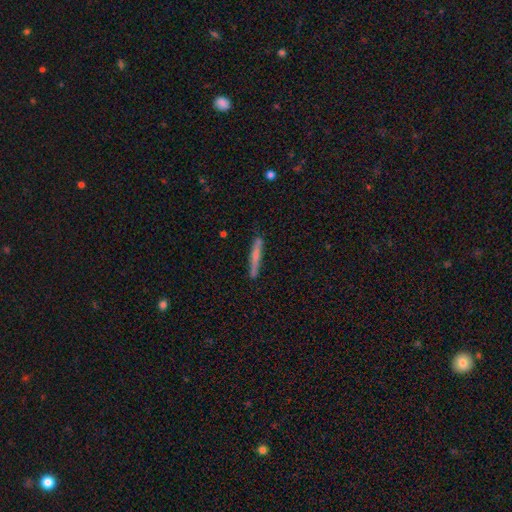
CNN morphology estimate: Overall: smooth (59%; featured or disk 35%). How rounded: cigar-shaped (95%). Merging: none (85%).